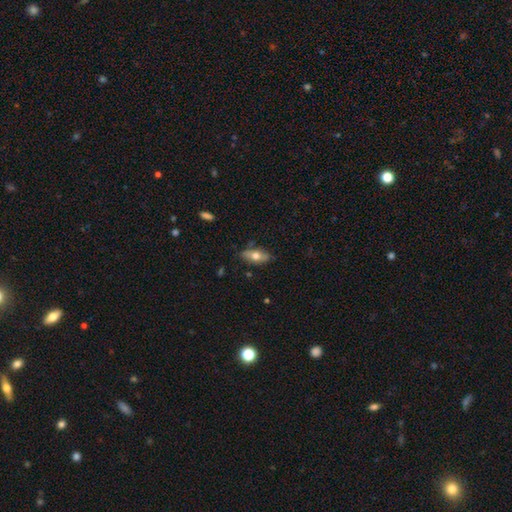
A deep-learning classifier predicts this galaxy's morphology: Q: Smooth or featured?
A: smooth (63%); runner-up: featured or disk (31%)
Q: How rounded?
A: in between (81%); runner-up: cigar-shaped (15%)
Q: Merging?
A: none (78%); runner-up: minor disturbance (17%)